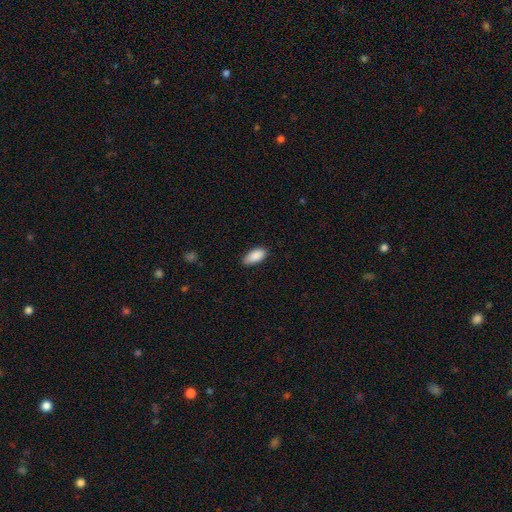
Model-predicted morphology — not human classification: Smooth or featured: smooth — 89% (star or artifact — 7%)
How rounded: in between — 90% (cigar-shaped — 8%)
Merging: none — 79% (minor disturbance — 18%)